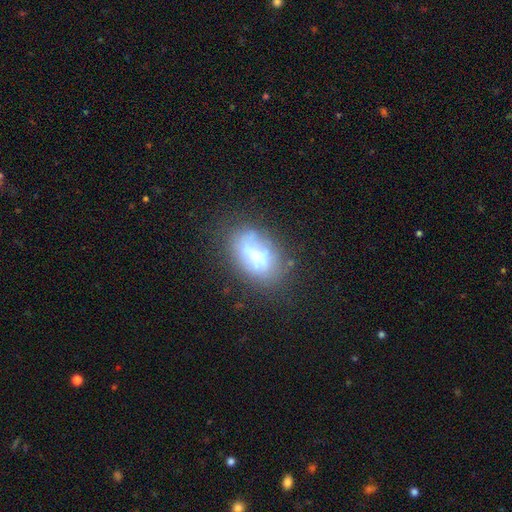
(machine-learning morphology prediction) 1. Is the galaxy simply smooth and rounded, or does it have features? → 50% smooth, 39% featured or disk, 11% star or artifact.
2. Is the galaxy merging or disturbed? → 57% none, 24% minor disturbance, 13% major disturbance, 5% merger.